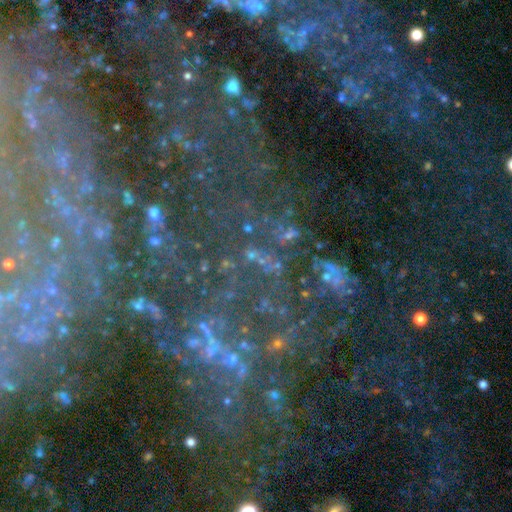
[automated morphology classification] A star or artifact, not a galaxy (64%).